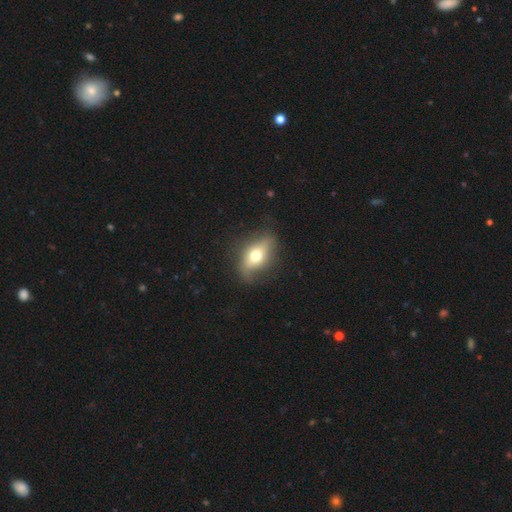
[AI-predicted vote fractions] A smooth galaxy with no disk features (51%) that is in between round and cigar-shaped (73%). Merging: none (71%).